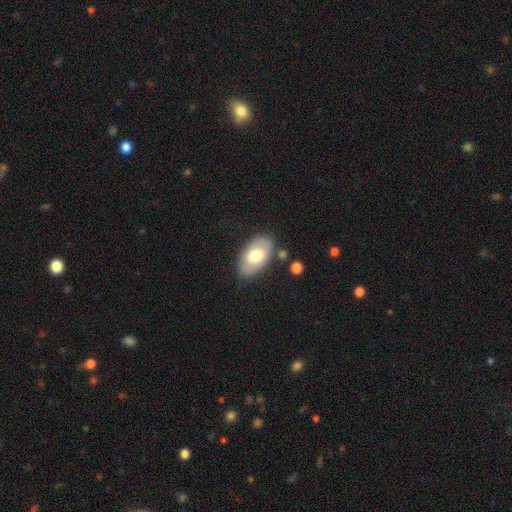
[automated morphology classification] Q: Smooth or featured?
A: smooth (70%); runner-up: featured or disk (24%)
Q: How rounded?
A: in between (95%); runner-up: round (4%)
Q: Merging?
A: none (76%); runner-up: minor disturbance (15%)